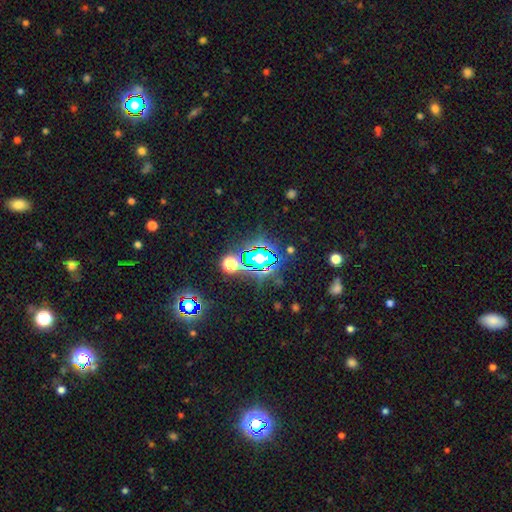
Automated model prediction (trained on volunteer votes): Smooth or featured? star or artifact (68%)